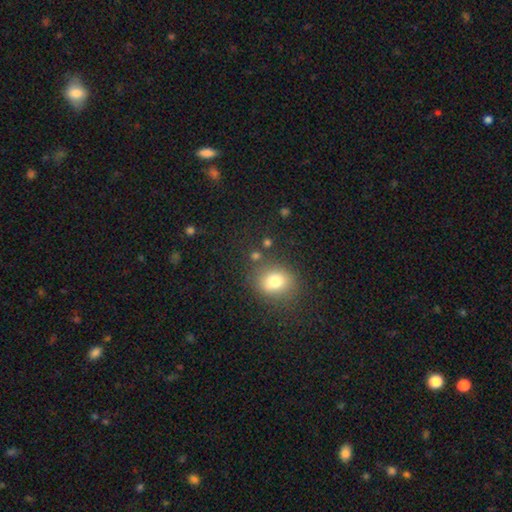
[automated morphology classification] smooth_or_featured: smooth (p=0.73) [alt: star or artifact p=0.18]
how_rounded: round (p=0.65) [alt: in between p=0.34]
merging: none (p=0.81) [alt: minor disturbance p=0.11]